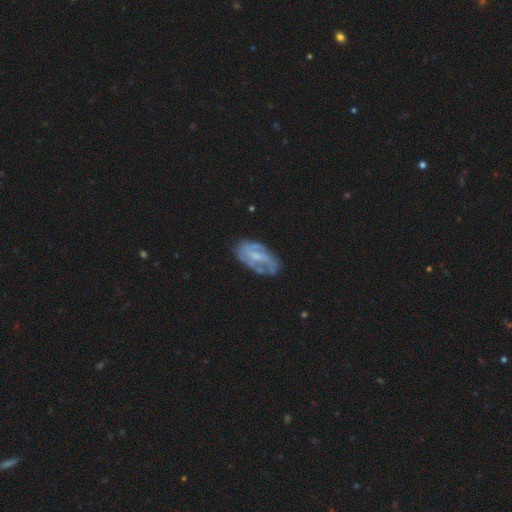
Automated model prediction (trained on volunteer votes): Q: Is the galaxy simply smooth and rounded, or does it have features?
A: featured or disk — 71%.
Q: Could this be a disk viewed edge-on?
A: no — 94%.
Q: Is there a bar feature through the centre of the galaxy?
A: weak — 47%.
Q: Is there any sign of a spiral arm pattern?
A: yes — 76%.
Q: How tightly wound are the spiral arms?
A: medium — 41%.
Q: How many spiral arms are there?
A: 2 — 45%.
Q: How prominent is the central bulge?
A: small — 47%.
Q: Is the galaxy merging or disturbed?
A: none — 62%.